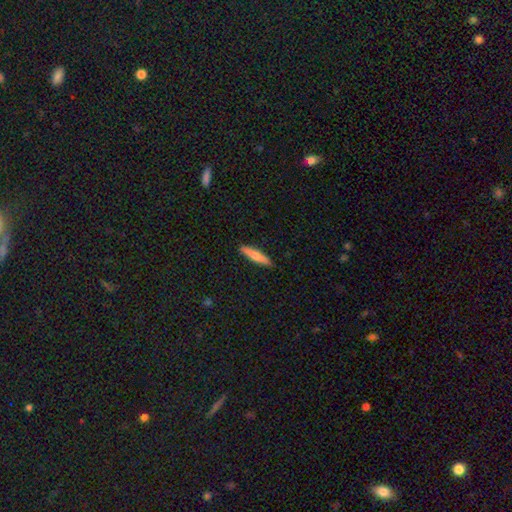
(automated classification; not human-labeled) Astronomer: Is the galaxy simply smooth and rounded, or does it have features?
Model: smooth — 71%.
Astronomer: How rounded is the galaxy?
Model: cigar-shaped — 83%.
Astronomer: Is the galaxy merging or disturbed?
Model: none — 90%.